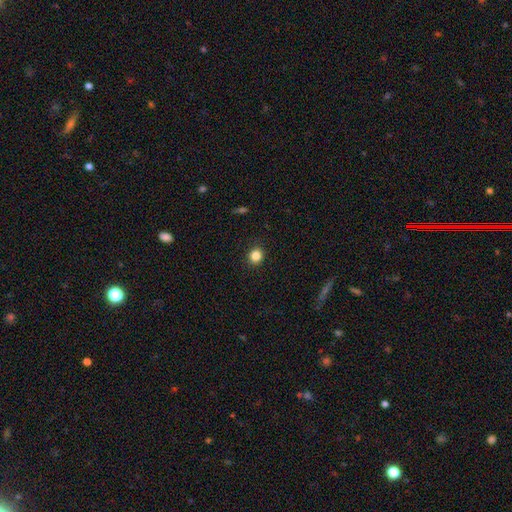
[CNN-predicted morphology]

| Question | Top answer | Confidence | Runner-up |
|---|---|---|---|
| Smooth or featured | smooth | 84% | star or artifact (12%) |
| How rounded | round | 89% | in between (10%) |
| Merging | none | 91% | minor disturbance (6%) |